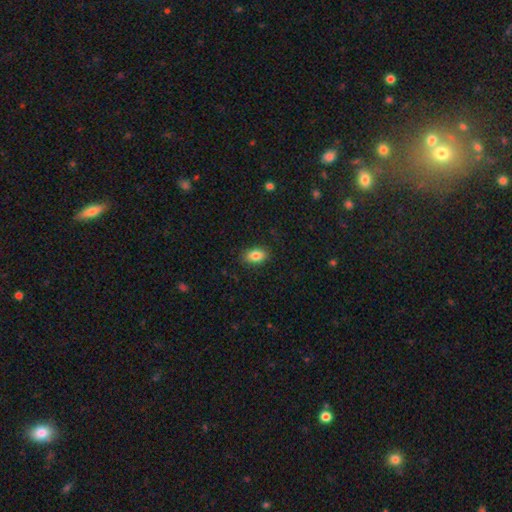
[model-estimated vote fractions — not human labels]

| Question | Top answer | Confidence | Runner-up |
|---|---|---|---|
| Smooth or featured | smooth | 84% | featured or disk (8%) |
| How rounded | in between | 89% | round (9%) |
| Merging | none | 88% | minor disturbance (9%) |